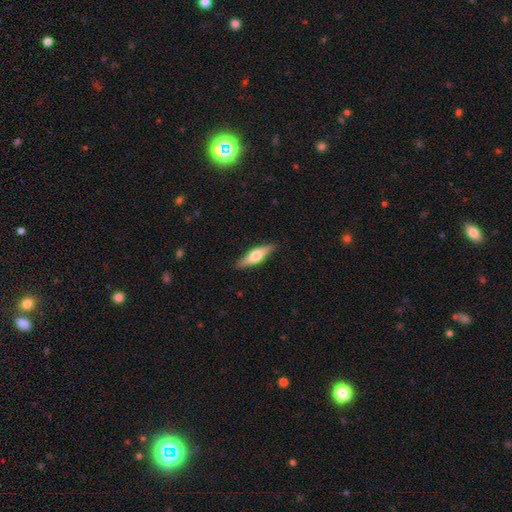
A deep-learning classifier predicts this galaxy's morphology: Overall: smooth (50%; featured or disk 44%). How rounded: cigar-shaped (61%; in between 37%). Merging: none (88%).